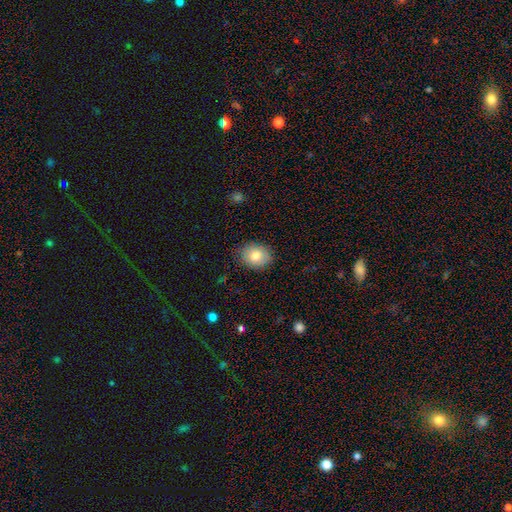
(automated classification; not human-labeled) A smooth galaxy with no disk features (80%) that is round (52%).

Vote fractions:
- Smooth or featured? smooth: 80% / featured or disk: 11% / star or artifact: 8%
- How rounded? round: 52% / in between: 47% / cigar-shaped: 1%
- Merging? none: 86% / minor disturbance: 11% / major disturbance: 3% / merger: 1%